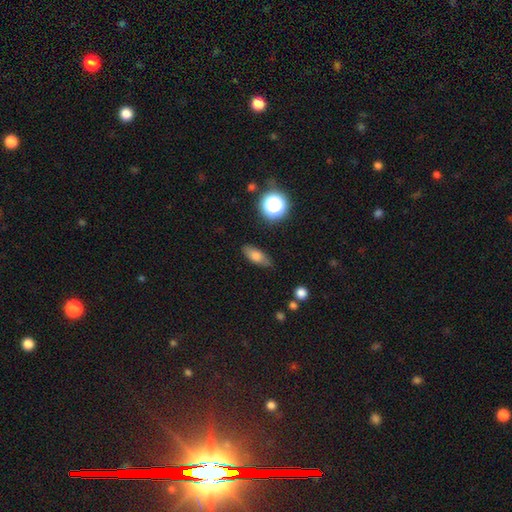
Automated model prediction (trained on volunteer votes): A smooth galaxy with no disk features (72%) that is in between round and cigar-shaped (73%). Merging: none (78%).